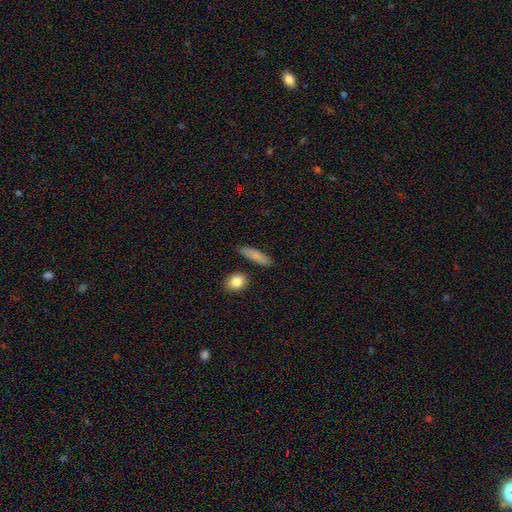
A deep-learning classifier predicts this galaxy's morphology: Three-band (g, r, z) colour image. It shows a smooth galaxy with no disk features (82%) that is cigar-shaped (58%). Merging: none (83%).